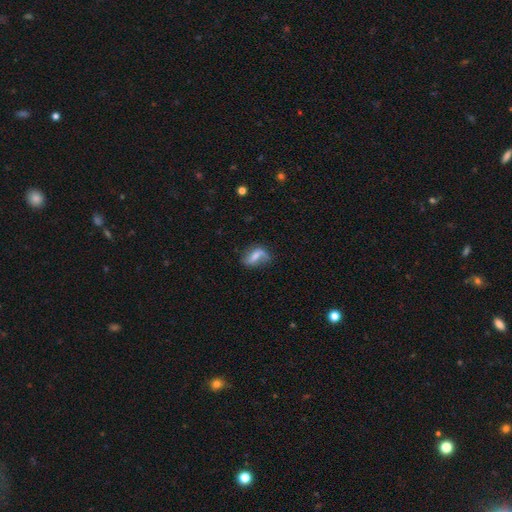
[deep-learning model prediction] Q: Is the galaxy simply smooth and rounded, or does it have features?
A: featured or disk — 58%.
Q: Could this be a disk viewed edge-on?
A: no — 94%.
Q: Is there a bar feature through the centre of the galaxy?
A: weak — 41%.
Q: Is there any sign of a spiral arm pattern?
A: yes — 81%.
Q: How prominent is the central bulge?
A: moderate — 38%.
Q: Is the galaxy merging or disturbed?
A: none — 54%.